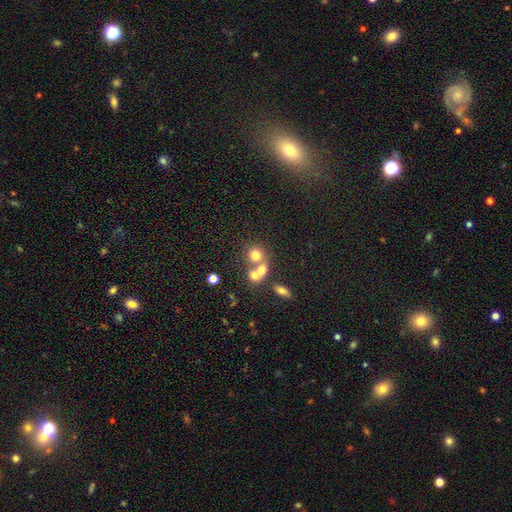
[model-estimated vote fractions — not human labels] The model was most divided on "merging": merger: 48%, none: 40%, minor disturbance: 7%, major disturbance: 5%. More confident: how rounded — round (81%); smooth or featured — smooth (69%).